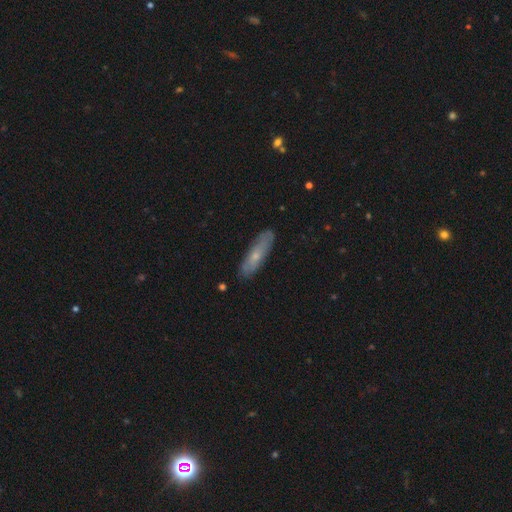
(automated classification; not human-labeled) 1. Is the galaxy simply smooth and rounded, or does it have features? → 51% smooth, 42% featured or disk, 7% star or artifact.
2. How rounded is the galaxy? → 67% cigar-shaped, 31% in between, 2% round.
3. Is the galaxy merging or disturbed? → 84% none, 13% minor disturbance, 2% major disturbance, 1% merger.